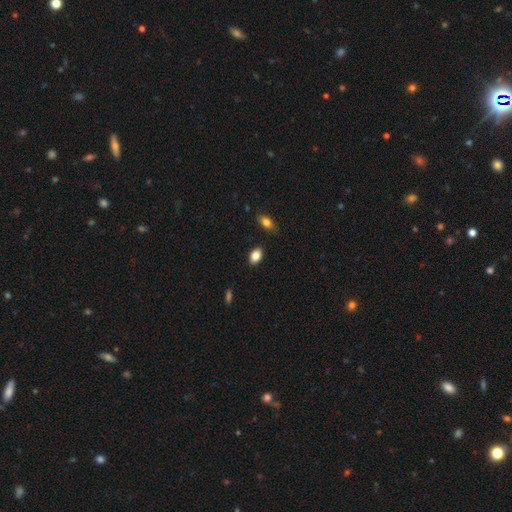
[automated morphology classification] Q: Smooth or featured?
A: smooth (85%); runner-up: star or artifact (8%)
Q: How rounded?
A: in between (87%); runner-up: round (11%)
Q: Merging?
A: none (87%); runner-up: minor disturbance (9%)